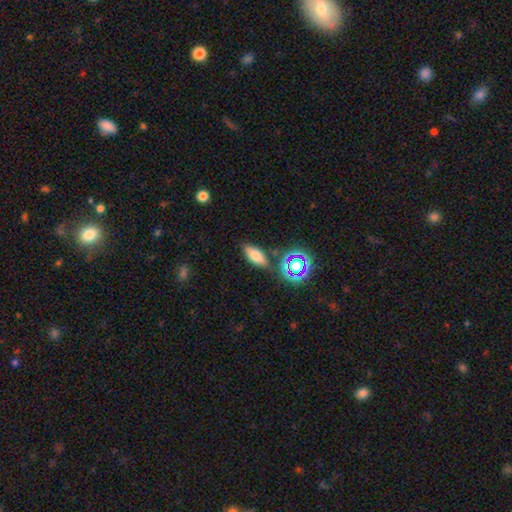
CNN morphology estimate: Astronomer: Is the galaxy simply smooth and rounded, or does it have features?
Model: smooth — 65%.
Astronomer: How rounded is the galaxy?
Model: in between — 75%.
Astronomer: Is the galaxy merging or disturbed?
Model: none — 77%.